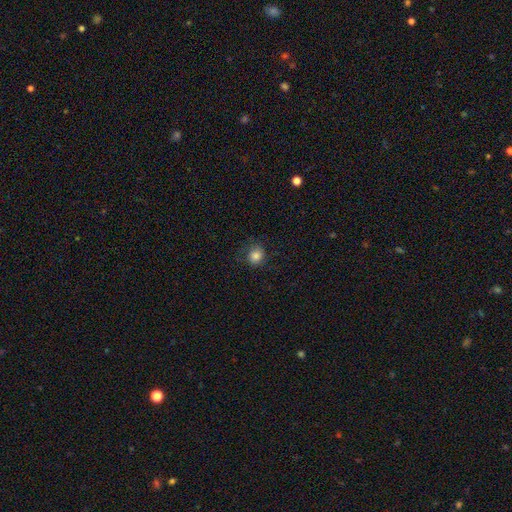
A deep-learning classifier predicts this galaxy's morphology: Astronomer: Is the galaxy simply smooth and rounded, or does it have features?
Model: smooth — 84%.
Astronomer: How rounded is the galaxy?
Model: round — 80%.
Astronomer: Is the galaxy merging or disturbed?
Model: none — 77%.